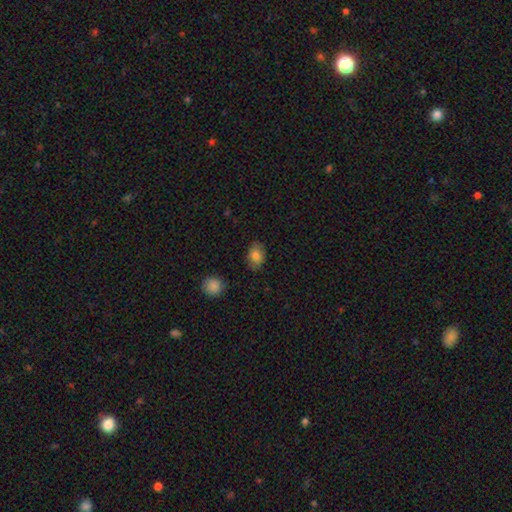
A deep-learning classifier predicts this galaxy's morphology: smooth_or_featured: smooth (p=0.82) [alt: featured or disk p=0.10]
how_rounded: in between (p=0.81) [alt: round p=0.18]
merging: none (p=0.83) [alt: minor disturbance p=0.13]